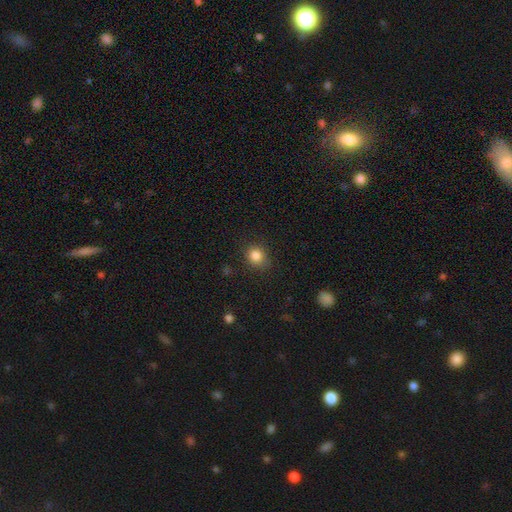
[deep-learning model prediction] A smooth galaxy with no disk features (84%) that is round (80%). Merging: none (86%).